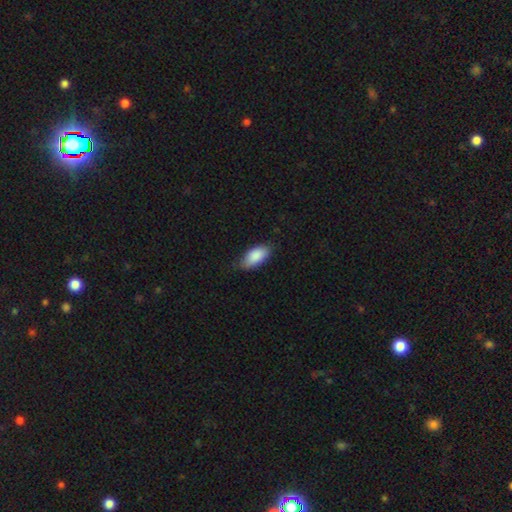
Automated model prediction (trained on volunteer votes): Smooth or featured?
  - smooth: 88% *
  - featured or disk: 6%
  - star or artifact: 6%
How rounded?
  - in between: 92% *
  - cigar-shaped: 5%
  - round: 2%
Merging?
  - none: 74% *
  - minor disturbance: 21%
  - major disturbance: 3%
  - merger: 1%